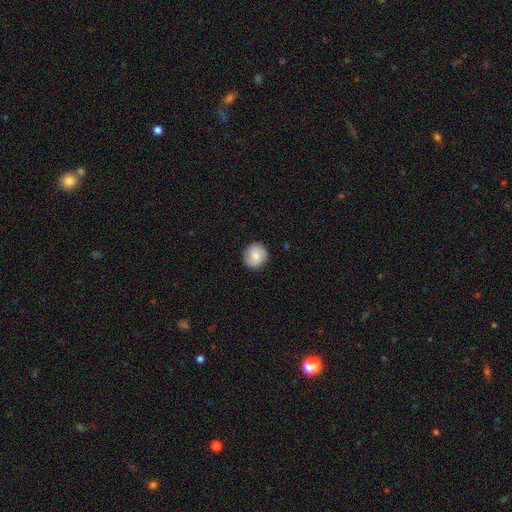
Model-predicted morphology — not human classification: Smooth or featured? Predicted: smooth (p=0.75). How rounded? Predicted: round (p=0.90). Merging? Predicted: none (p=0.88).